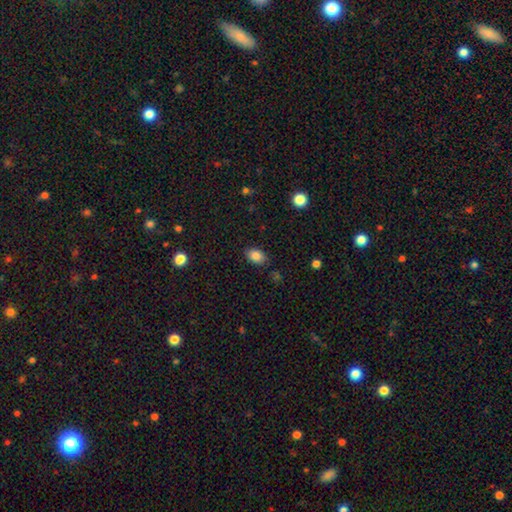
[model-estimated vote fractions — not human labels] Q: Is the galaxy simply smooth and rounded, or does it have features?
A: smooth — 85%.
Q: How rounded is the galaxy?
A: in between — 82%.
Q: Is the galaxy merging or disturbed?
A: none — 85%.